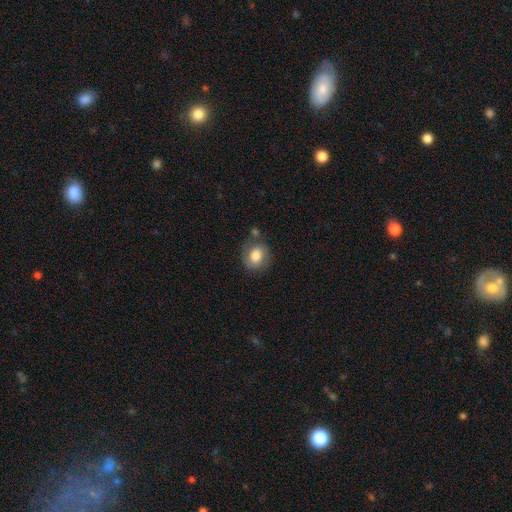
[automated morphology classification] Smooth or featured? smooth (72%)
How rounded? round (61%)
Merging? none (61%)